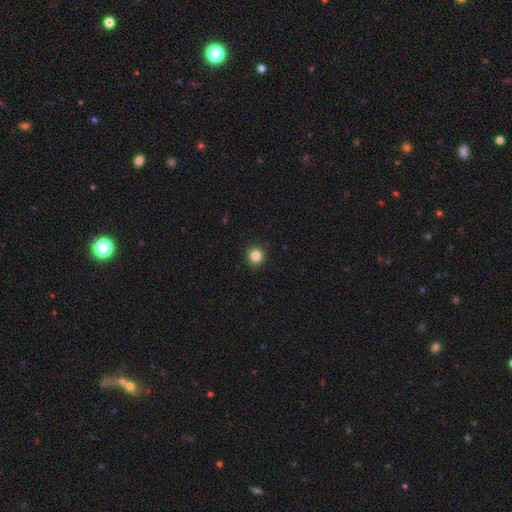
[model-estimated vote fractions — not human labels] This is clearly a smooth galaxy (85%). How rounded: clearly round (94%). Merging: clearly none (92%).